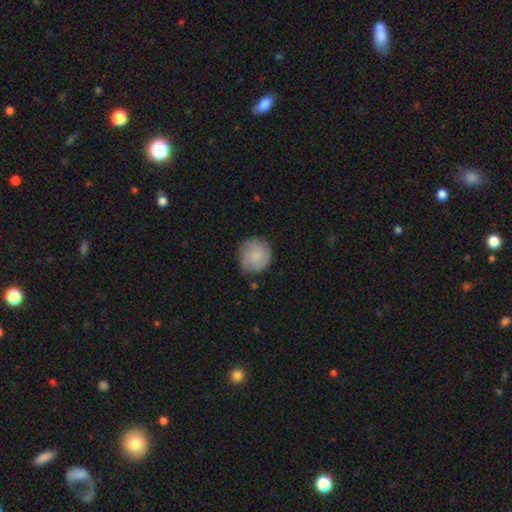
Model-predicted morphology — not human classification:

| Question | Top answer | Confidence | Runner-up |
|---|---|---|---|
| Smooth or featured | smooth | 76% | featured or disk (18%) |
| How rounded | round | 91% | in between (8%) |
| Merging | none | 75% | minor disturbance (19%) |